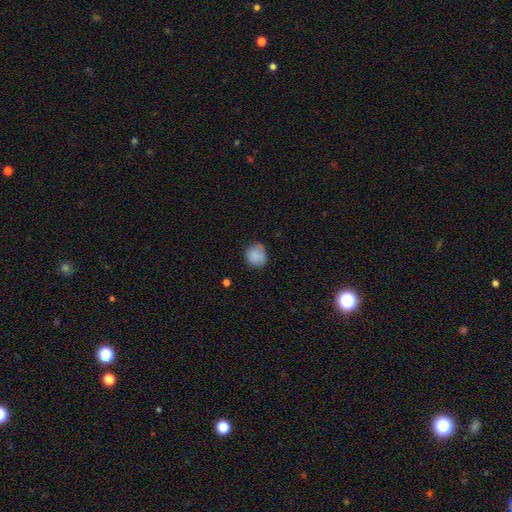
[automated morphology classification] Smooth or featured?
  - smooth: 83% *
  - star or artifact: 9%
  - featured or disk: 9%
How rounded?
  - round: 79% *
  - in between: 20%
  - cigar-shaped: 1%
Merging?
  - none: 67% *
  - minor disturbance: 26%
  - major disturbance: 6%
  - merger: 2%